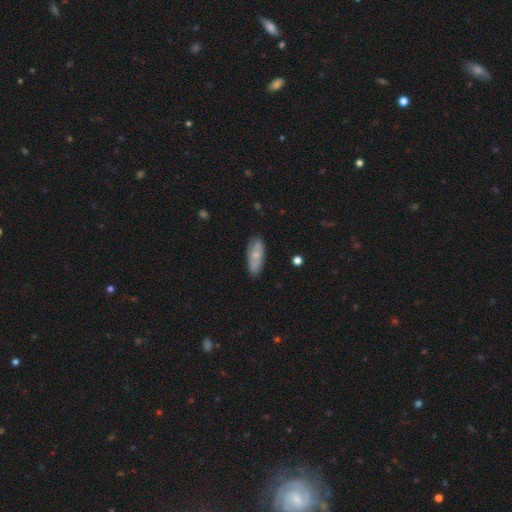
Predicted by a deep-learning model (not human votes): Smooth or featured?
  - smooth: 58% *
  - featured or disk: 35%
  - star or artifact: 6%
How rounded?
  - in between: 76% *
  - cigar-shaped: 22%
  - round: 3%
Merging?
  - none: 80% *
  - minor disturbance: 16%
  - major disturbance: 3%
  - merger: 2%